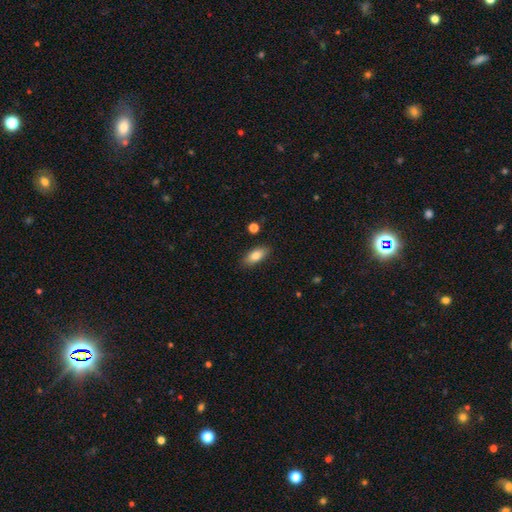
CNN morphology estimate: Smooth or featured? Predicted: smooth (p=0.82). How rounded? Predicted: in between (p=0.85). Merging? Predicted: none (p=0.86).